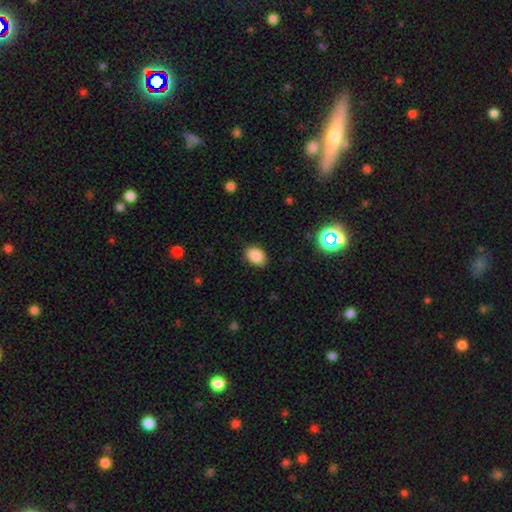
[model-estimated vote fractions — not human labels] Smooth or featured: smooth — 87% (star or artifact — 10%)
How rounded: in between — 77% (round — 22%)
Merging: none — 84% (minor disturbance — 12%)